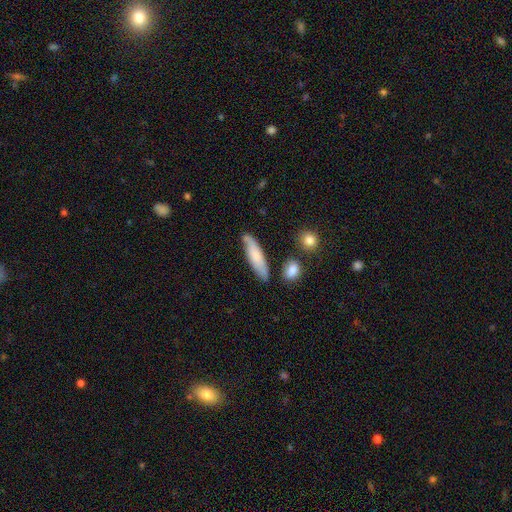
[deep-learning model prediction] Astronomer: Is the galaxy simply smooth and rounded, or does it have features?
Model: smooth — 73%.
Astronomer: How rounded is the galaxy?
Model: cigar-shaped — 69%.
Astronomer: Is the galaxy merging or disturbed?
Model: none — 73%.